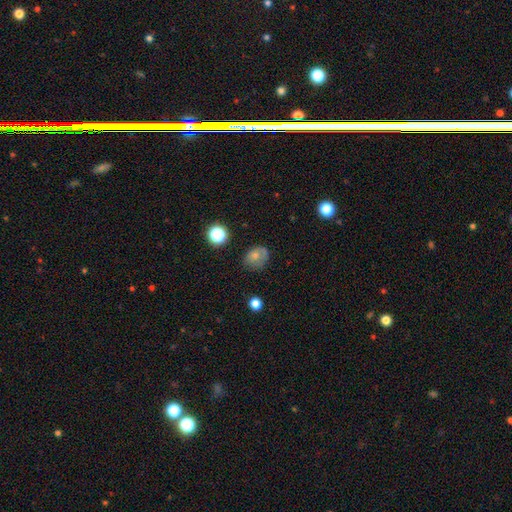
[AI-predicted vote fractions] smooth 70%, featured or disk 17%, star or artifact 13%. Down the decision tree: how rounded — round (50%); merging — none (56%).